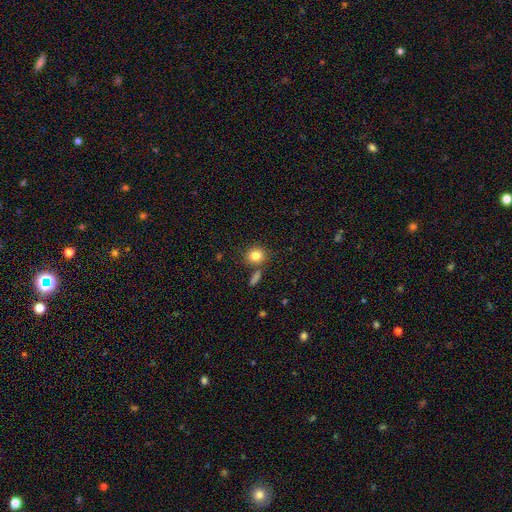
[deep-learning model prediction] Q: Smooth or featured?
A: smooth (82%); runner-up: star or artifact (10%)
Q: How rounded?
A: round (81%); runner-up: in between (18%)
Q: Merging?
A: none (75%); runner-up: merger (11%)